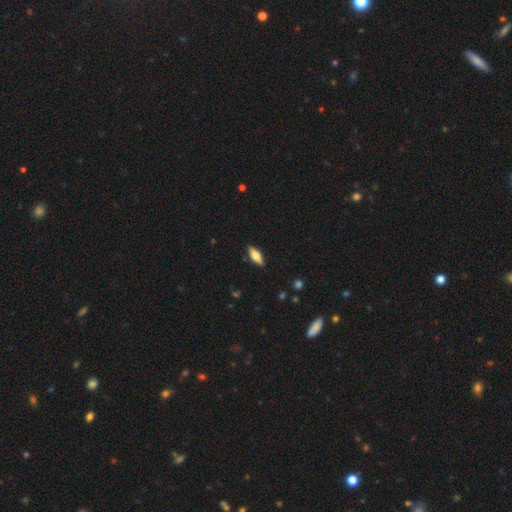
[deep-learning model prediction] Q: Smooth or featured?
A: smooth (62%); runner-up: featured or disk (31%)
Q: How rounded?
A: in between (65%); runner-up: cigar-shaped (32%)
Q: Merging?
A: none (88%); runner-up: minor disturbance (9%)